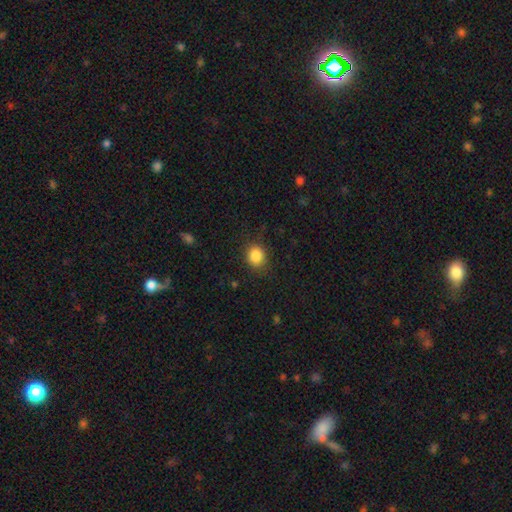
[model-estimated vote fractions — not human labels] A smooth galaxy with no disk features (86%) that is round (76%). Merging: none (83%).